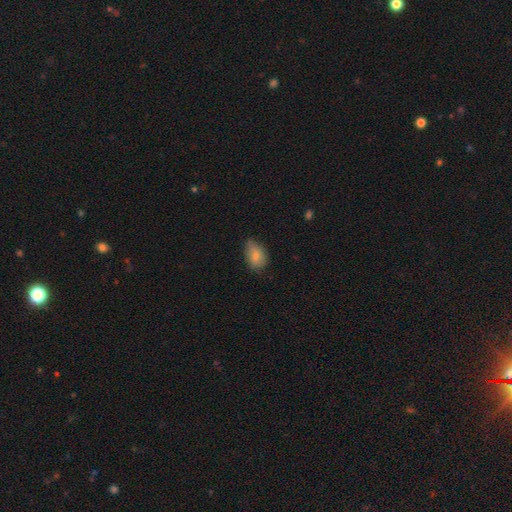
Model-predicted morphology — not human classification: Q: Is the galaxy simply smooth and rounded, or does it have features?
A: smooth — 76%.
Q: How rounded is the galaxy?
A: in between — 82%.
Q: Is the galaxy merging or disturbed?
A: none — 54%.